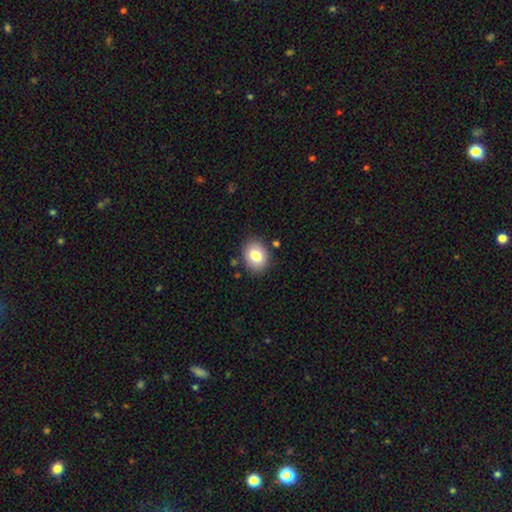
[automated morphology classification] Smooth or featured: smooth — 81% (featured or disk — 10%)
How rounded: in between — 50% (round — 49%)
Merging: none — 84% (minor disturbance — 11%)